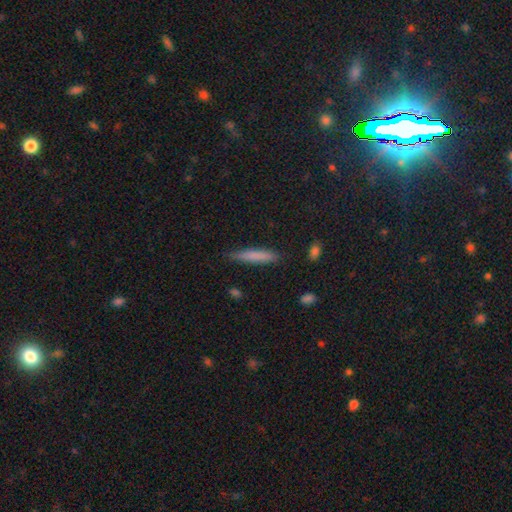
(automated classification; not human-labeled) This appears to be a smooth galaxy with no disk features (76%) that is cigar-shaped (92%). Merging: none (83%).